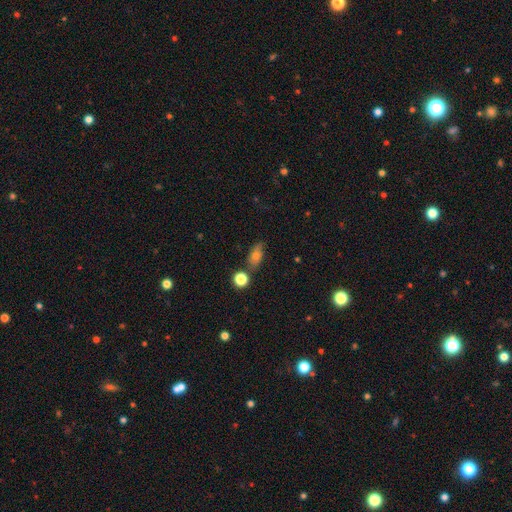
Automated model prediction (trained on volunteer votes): This is likely a smooth galaxy (68%). How rounded: likely in between (73%). Merging: likely none (70%).